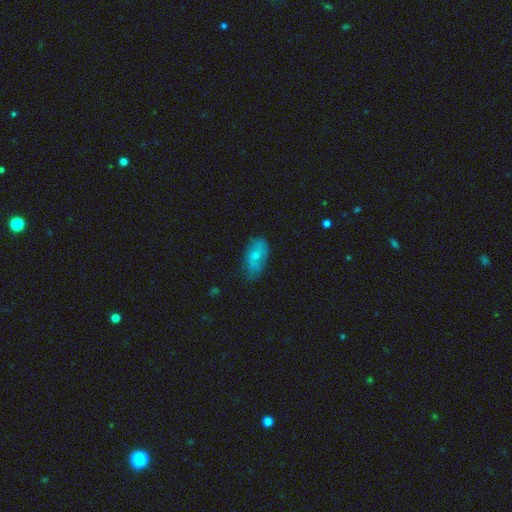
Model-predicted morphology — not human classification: Overall: smooth (64%; featured or disk 29%). How rounded: in between (91%). Merging: none (63%; minor disturbance 28%).